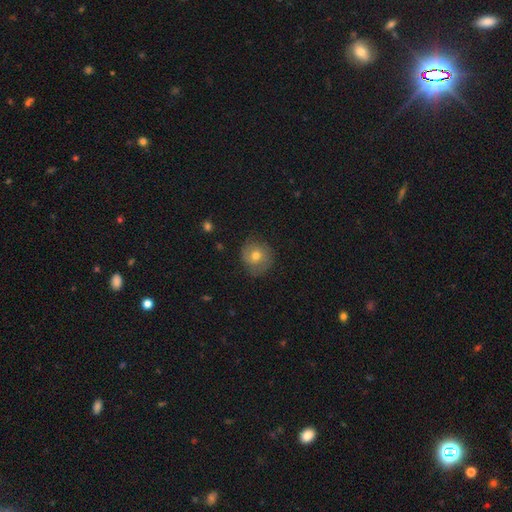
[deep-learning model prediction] Smooth or featured: smooth — 55% (featured or disk — 36%)
How rounded: round — 86% (in between — 13%)
Merging: none — 74% (minor disturbance — 19%)